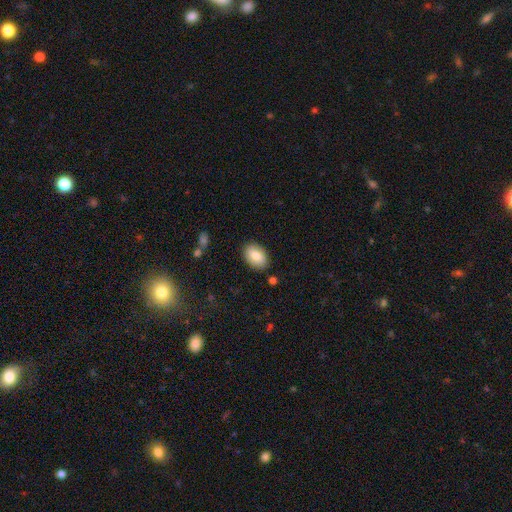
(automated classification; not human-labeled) Smooth or featured? Predicted: smooth (p=0.83). How rounded? Predicted: in between (p=0.89). Merging? Predicted: none (p=0.87).